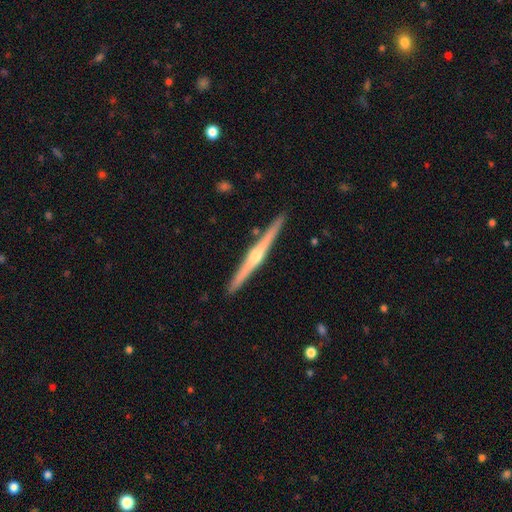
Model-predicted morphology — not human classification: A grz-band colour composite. It shows a featured or disk galaxy (82%) viewed edge-on (98%) with a rounded central bulge (87%). Merging: none (92%).